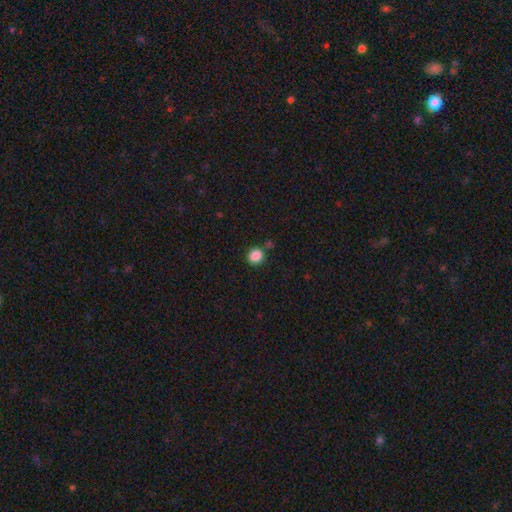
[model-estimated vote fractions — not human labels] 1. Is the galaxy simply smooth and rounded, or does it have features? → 86% smooth, 10% star or artifact, 3% featured or disk.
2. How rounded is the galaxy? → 82% round, 17% in between, 1% cigar-shaped.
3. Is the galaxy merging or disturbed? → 78% none, 11% minor disturbance, 8% merger, 3% major disturbance.